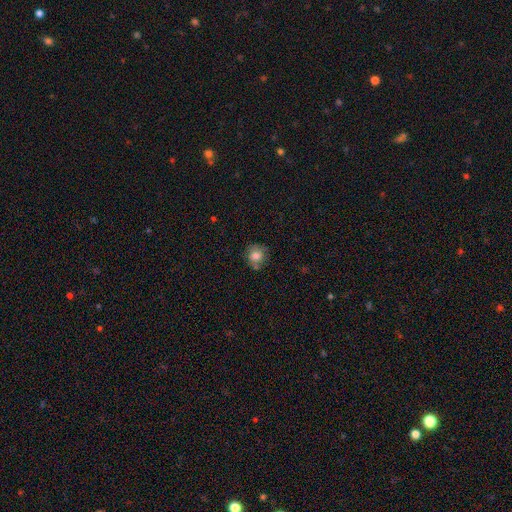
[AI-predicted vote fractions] Q: Smooth or featured?
A: smooth (77%); runner-up: featured or disk (13%)
Q: How rounded?
A: round (83%); runner-up: in between (16%)
Q: Merging?
A: none (66%); runner-up: minor disturbance (22%)